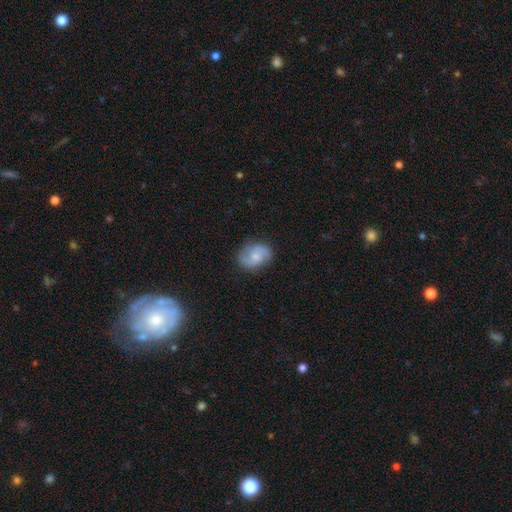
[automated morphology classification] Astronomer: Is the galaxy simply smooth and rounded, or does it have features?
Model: featured or disk — 58% (runner-up: smooth, 35%).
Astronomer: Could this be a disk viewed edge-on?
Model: no — 97%.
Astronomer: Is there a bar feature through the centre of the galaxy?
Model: no — 60% (runner-up: weak, 35%).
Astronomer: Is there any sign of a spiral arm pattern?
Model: yes — 91%.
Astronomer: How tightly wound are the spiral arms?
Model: medium — 46% (runner-up: loose, 35%).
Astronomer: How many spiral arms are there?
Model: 2 — 88%.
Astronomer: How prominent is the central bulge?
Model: moderate — 45% (runner-up: small, 41%).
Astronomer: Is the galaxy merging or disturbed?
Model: none — 79%.